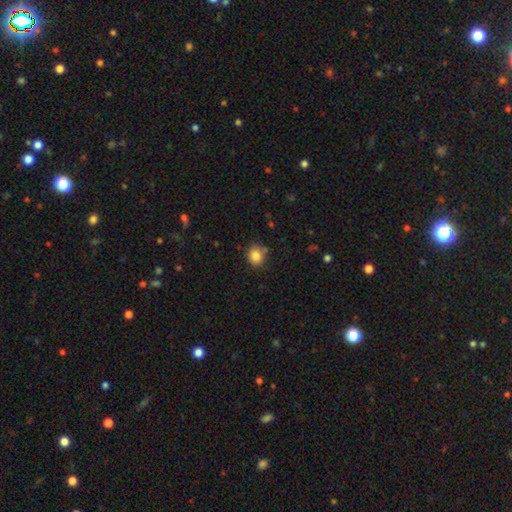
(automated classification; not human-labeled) Q: Smooth or featured?
A: smooth (85%); runner-up: star or artifact (10%)
Q: How rounded?
A: round (78%); runner-up: in between (21%)
Q: Merging?
A: none (74%); runner-up: minor disturbance (17%)